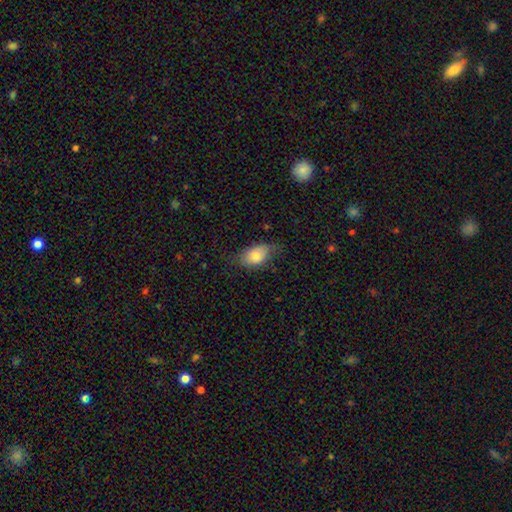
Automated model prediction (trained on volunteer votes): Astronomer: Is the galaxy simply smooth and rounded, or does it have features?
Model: smooth — 76%.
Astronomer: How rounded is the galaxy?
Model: in between — 87%.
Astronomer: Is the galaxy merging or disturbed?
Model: none — 58%.